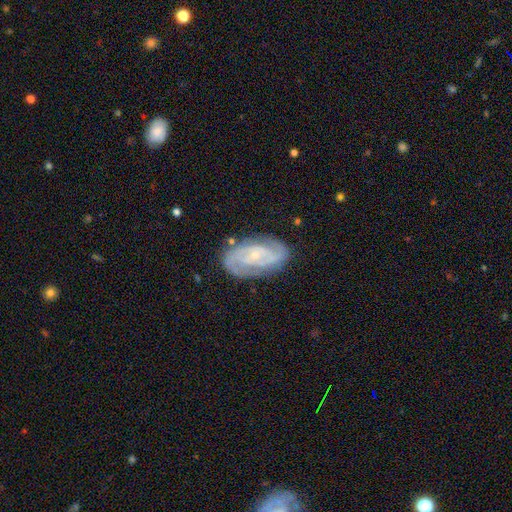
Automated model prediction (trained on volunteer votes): Smooth or featured? Predicted: featured or disk (p=0.84). Edge-on disk? Predicted: no (p=0.96). Bar? Predicted: no (p=0.47). Spiral arms? Predicted: yes (p=0.96). Spiral winding? Predicted: tight (p=0.56). Spiral arm count? Predicted: 2 (p=0.64). Bulge size? Predicted: small (p=0.78). Merging? Predicted: none (p=0.79).